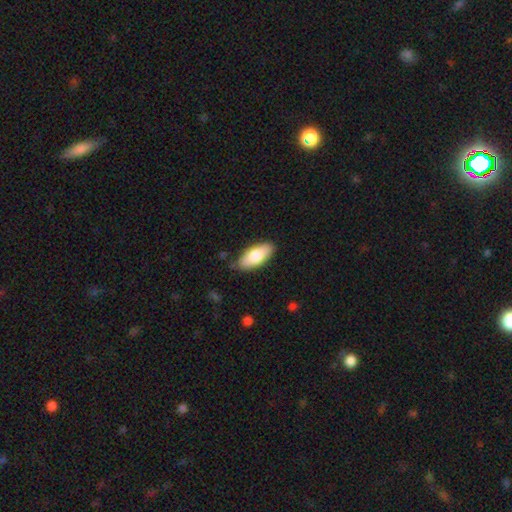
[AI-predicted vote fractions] Smooth or featured?
  - smooth: 76% *
  - featured or disk: 18%
  - star or artifact: 6%
How rounded?
  - in between: 85% *
  - cigar-shaped: 12%
  - round: 2%
Merging?
  - none: 83% *
  - minor disturbance: 13%
  - major disturbance: 2%
  - merger: 1%